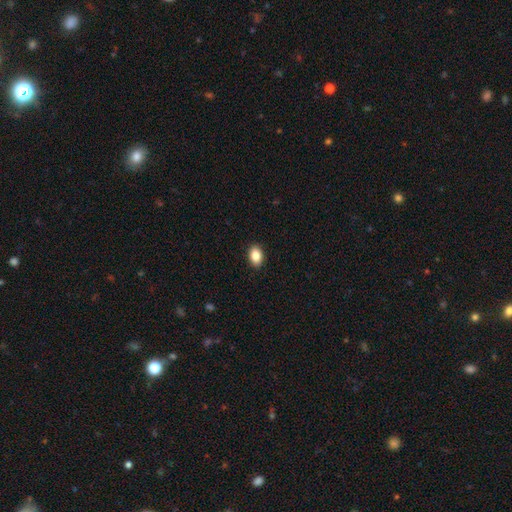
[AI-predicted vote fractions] This appears to be a smooth galaxy with no disk features (86%) that is in between round and cigar-shaped (86%). Merging: none (91%).